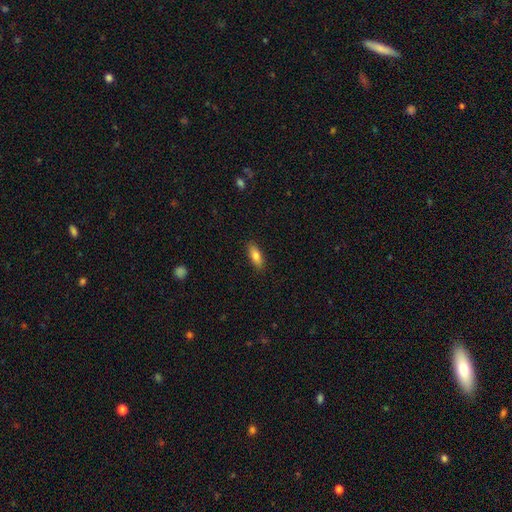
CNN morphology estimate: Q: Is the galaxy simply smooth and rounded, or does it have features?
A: smooth — 80%.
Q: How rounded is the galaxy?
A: in between — 72%.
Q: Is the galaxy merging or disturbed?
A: none — 88%.